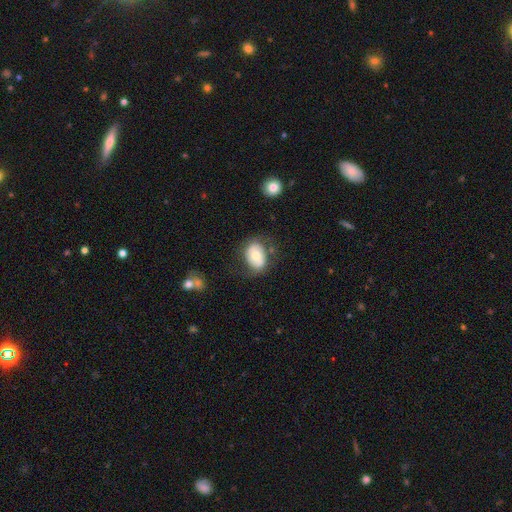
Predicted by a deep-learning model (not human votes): This appears to be a smooth galaxy with no disk features (58%) that is in between round and cigar-shaped (68%). Merging: none (62%).